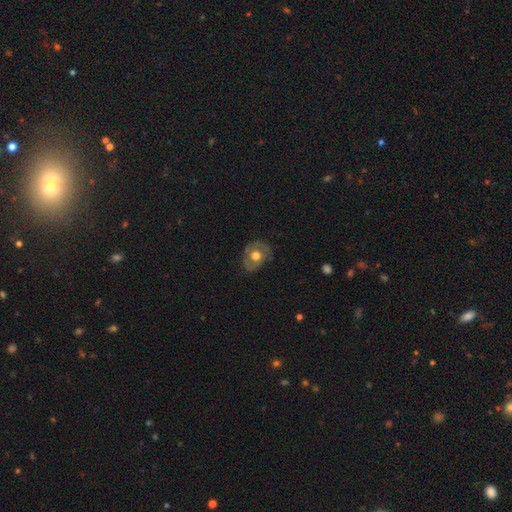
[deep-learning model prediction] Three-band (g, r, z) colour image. It shows a featured or disk galaxy (49%). Merging: none (70%).